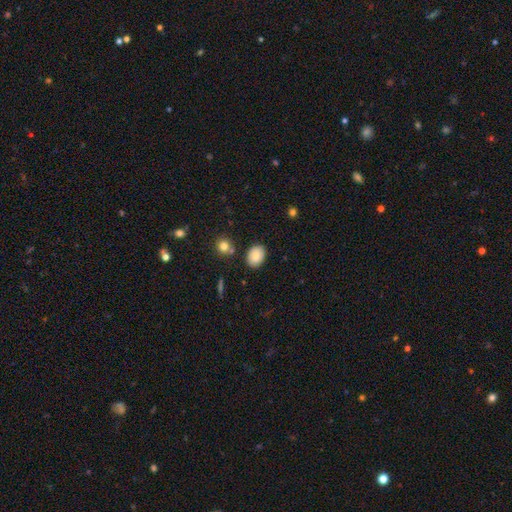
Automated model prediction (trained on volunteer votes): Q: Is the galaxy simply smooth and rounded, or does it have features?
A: smooth — 85%.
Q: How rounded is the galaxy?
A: in between — 74%.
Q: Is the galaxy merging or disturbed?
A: none — 84%.